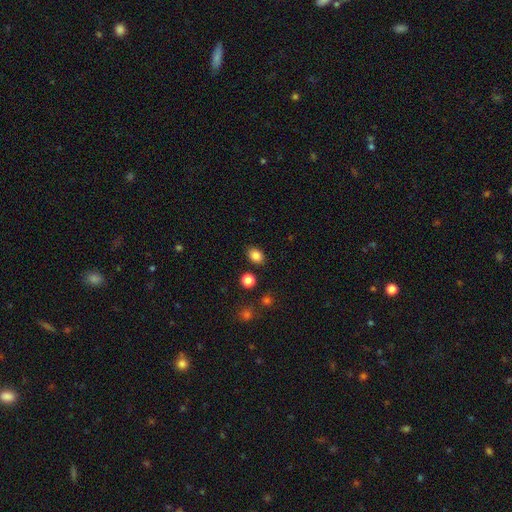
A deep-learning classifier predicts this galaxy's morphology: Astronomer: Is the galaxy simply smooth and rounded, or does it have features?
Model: smooth — 85%.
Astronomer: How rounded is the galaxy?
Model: in between — 63%.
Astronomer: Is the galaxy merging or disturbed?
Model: none — 85%.